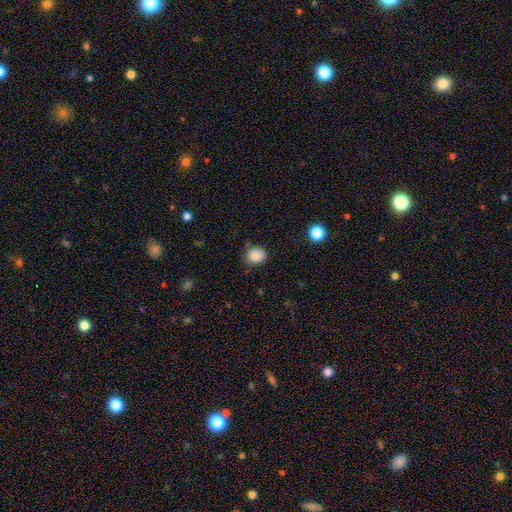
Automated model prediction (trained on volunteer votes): smooth-or-featured: smooth: 86% | star or artifact: 9% | featured or disk: 4%
  how-rounded: round: 62% | in between: 37% | cigar-shaped: 1%
  merging: none: 74% | minor disturbance: 20% | major disturbance: 4% | merger: 2%